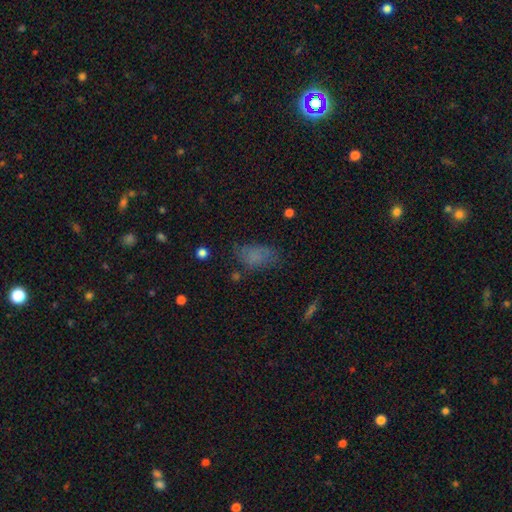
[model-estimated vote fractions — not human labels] The model was most divided on "merging": none: 56%, minor disturbance: 27%, major disturbance: 15%, merger: 3%. More confident: how rounded — in between (88%); smooth or featured — smooth (70%).